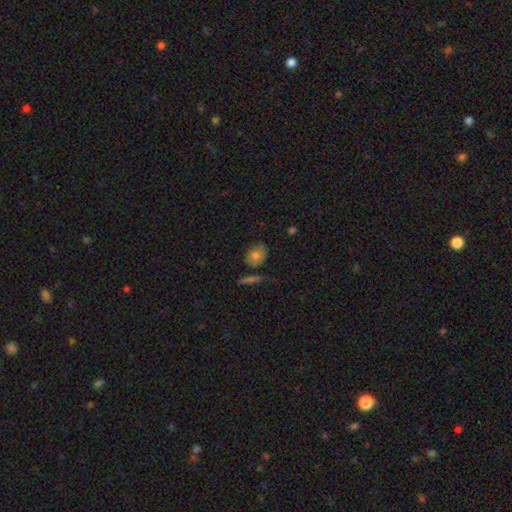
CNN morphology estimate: This appears to be a smooth galaxy with no disk features (72%) that is in between round and cigar-shaped (62%). Merging: none (67%).